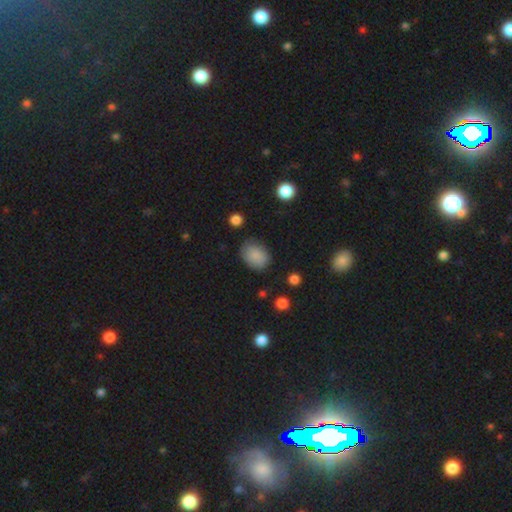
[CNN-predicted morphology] Smooth or featured?
  - smooth: 84% *
  - star or artifact: 9%
  - featured or disk: 7%
How rounded?
  - in between: 70% *
  - round: 29%
  - cigar-shaped: 1%
Merging?
  - none: 72% *
  - minor disturbance: 21%
  - major disturbance: 6%
  - merger: 2%